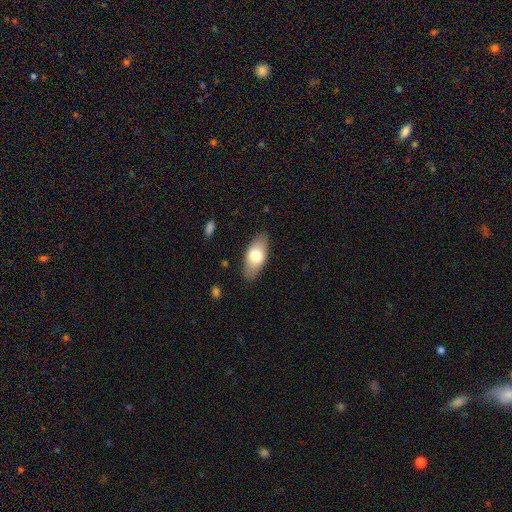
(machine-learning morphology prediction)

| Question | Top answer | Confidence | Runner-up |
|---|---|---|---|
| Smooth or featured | smooth | 71% | featured or disk (23%) |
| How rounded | in between | 89% | cigar-shaped (9%) |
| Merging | none | 85% | minor disturbance (11%) |